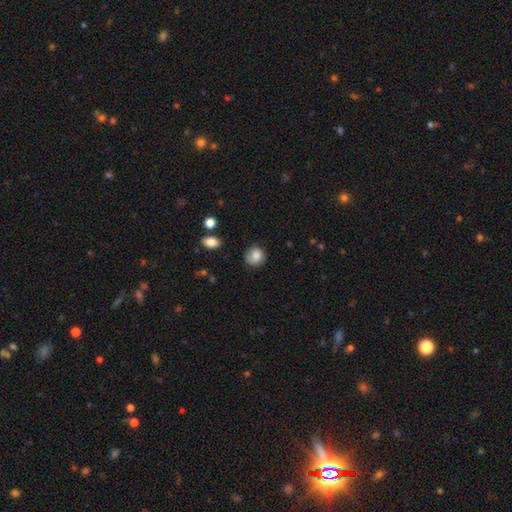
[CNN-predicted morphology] type=smooth (80%); roundness=round (81%); merging=none (71%).